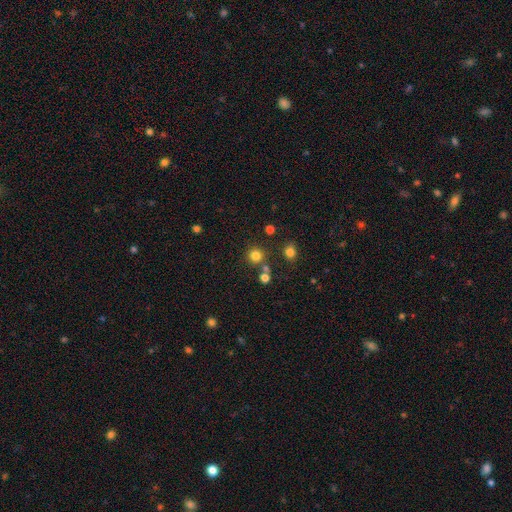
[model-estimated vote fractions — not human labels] Smooth or featured? Predicted: smooth (p=0.79). How rounded? Predicted: round (p=0.92). Merging? Predicted: none (p=0.78).